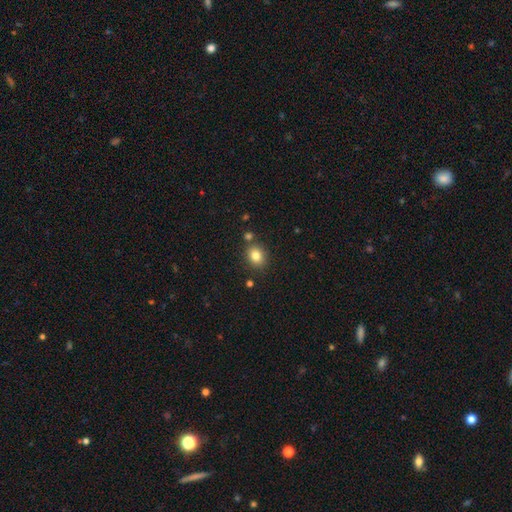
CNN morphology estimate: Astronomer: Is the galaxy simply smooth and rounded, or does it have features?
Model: smooth — 82%.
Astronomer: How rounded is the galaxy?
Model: round — 58% (runner-up: in between, 41%).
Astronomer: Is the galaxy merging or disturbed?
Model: none — 79%.